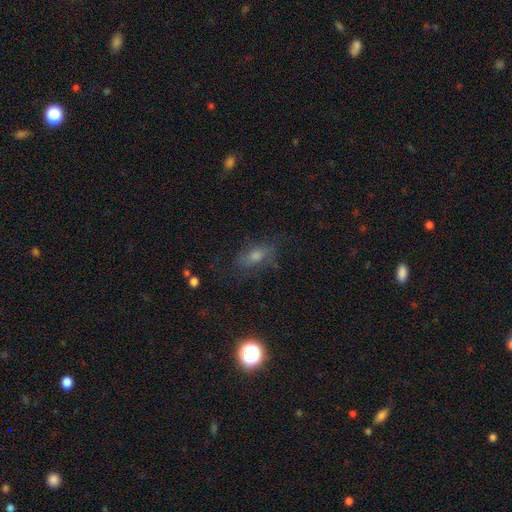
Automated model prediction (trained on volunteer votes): Overall: smooth (44%; featured or disk 32%). Merging: none (68%).